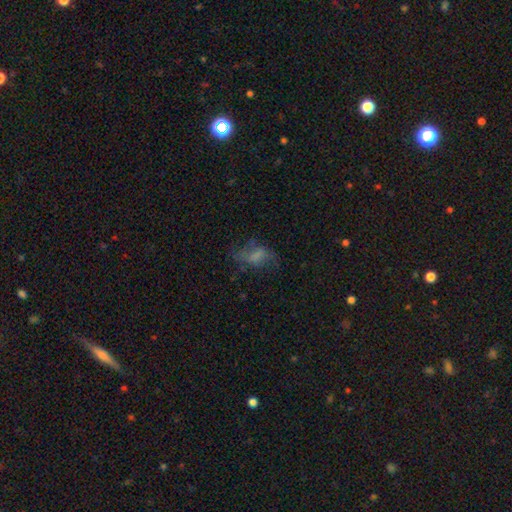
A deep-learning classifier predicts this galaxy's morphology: Overall: smooth (53%; featured or disk 32%). How rounded: in between (83%). Merging: none (43%; major disturbance 32%).